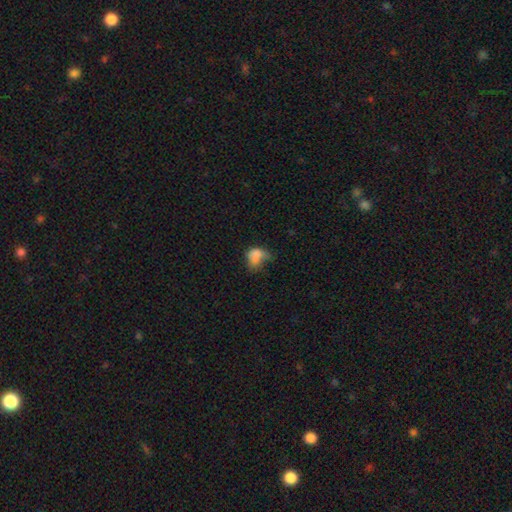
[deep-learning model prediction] This appears to be a smooth galaxy with no disk features (69%) that is in between round and cigar-shaped (73%). Merging: major disturbance (31%).